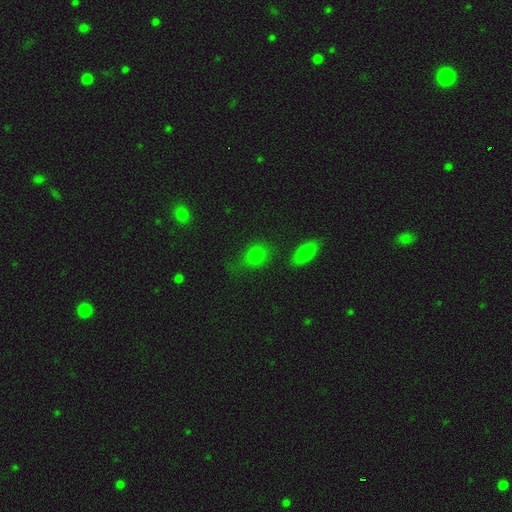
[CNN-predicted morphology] smooth-or-featured: smooth: 77% | star or artifact: 14% | featured or disk: 9%
  how-rounded: round: 55% | in between: 42% | cigar-shaped: 3%
  merging: none: 64% | minor disturbance: 17% | merger: 12% | major disturbance: 7%